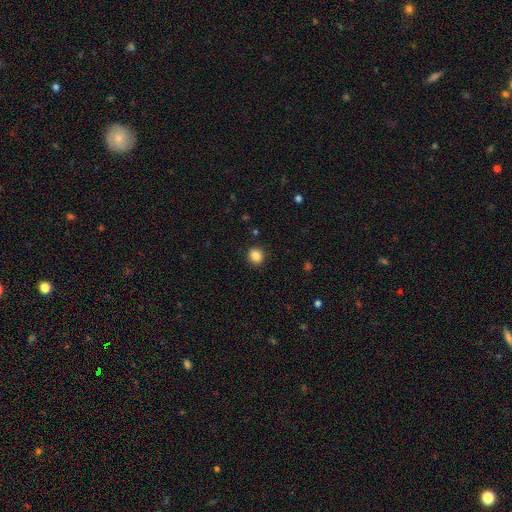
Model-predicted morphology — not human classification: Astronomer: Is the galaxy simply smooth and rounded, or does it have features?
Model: smooth — 86%.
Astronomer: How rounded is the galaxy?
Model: round — 77%.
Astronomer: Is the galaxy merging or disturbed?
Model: none — 90%.